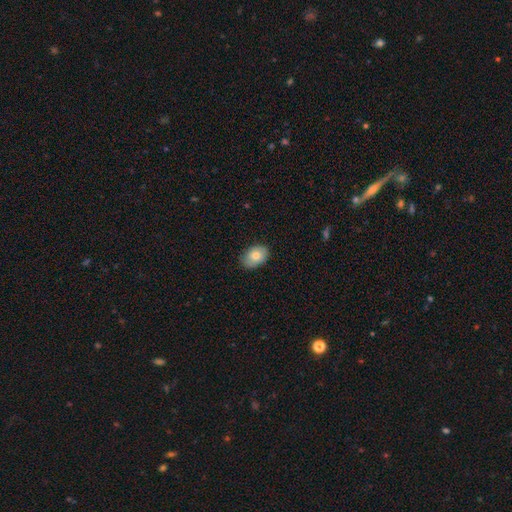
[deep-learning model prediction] smooth-or-featured: smooth: 77% | featured or disk: 16% | star or artifact: 7%
  how-rounded: in between: 84% | round: 15% | cigar-shaped: 1%
  merging: none: 83% | minor disturbance: 14% | major disturbance: 2% | merger: 1%